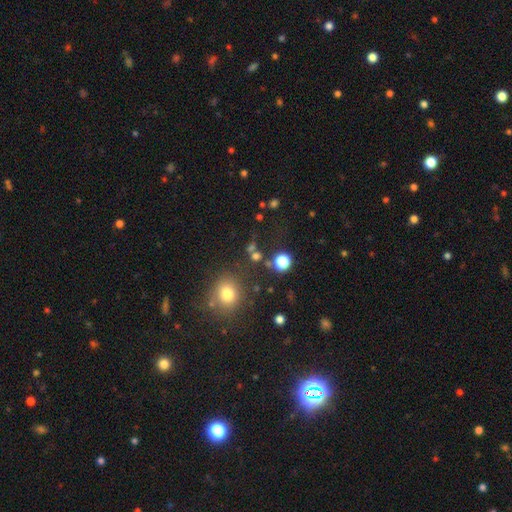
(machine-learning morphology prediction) Q: Smooth or featured?
A: smooth (63%); runner-up: star or artifact (28%)
Q: How rounded?
A: round (80%); runner-up: in between (18%)
Q: Merging?
A: none (67%); runner-up: merger (16%)